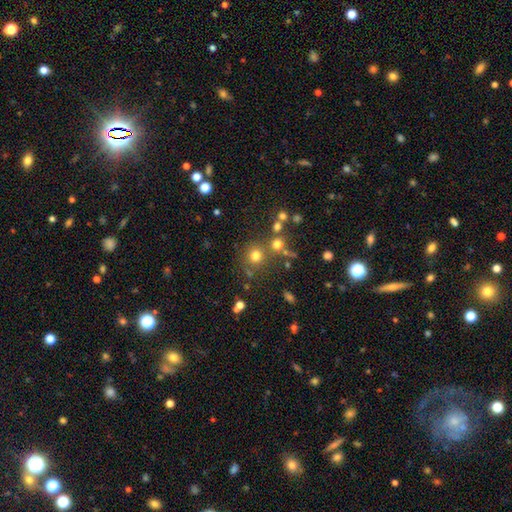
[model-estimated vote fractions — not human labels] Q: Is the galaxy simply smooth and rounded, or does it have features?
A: smooth — 73%.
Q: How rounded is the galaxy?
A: round — 91%.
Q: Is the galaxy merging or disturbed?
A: none — 71%.